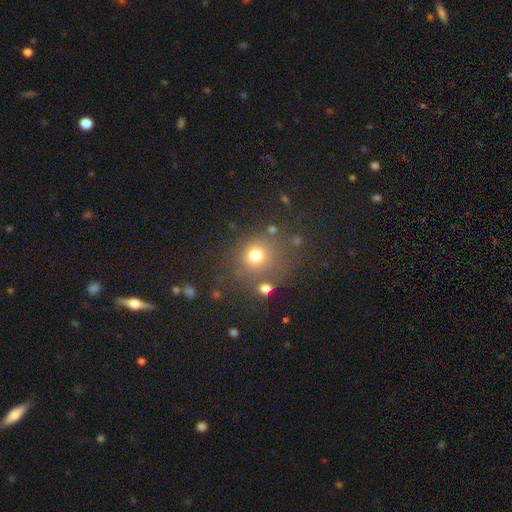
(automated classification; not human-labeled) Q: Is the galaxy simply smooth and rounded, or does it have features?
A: smooth — 73%.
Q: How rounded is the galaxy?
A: round — 82%.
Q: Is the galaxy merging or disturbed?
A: none — 69%.